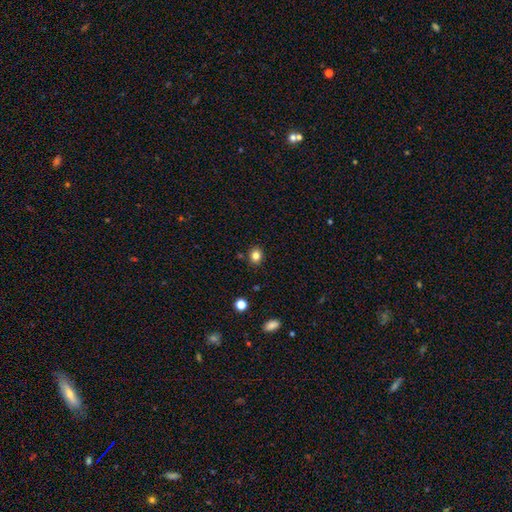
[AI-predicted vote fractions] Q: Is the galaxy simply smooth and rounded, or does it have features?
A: smooth — 83%.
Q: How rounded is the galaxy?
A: round — 71%.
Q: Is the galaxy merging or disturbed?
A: none — 88%.